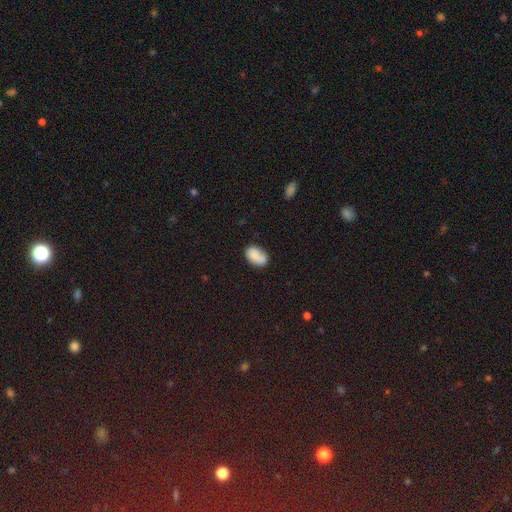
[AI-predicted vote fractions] Smooth or featured? smooth (80%)
How rounded? in between (88%)
Merging? none (61%)